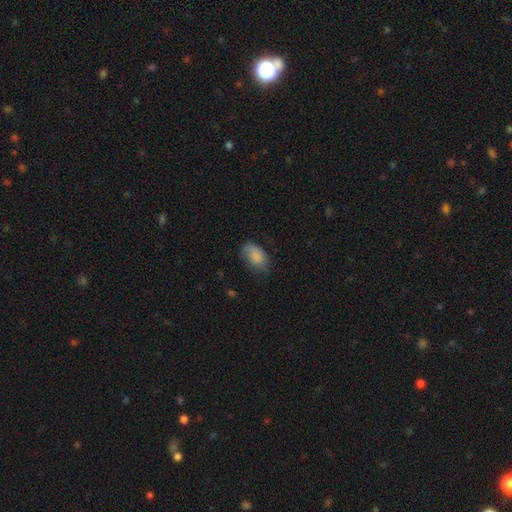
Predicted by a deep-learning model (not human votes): A smooth galaxy with no disk features (86%) that is in between round and cigar-shaped (91%).

Vote fractions:
- Smooth or featured? smooth: 86% / featured or disk: 7% / star or artifact: 7%
- How rounded? in between: 91% / round: 7% / cigar-shaped: 1%
- Merging? none: 70% / minor disturbance: 23% / major disturbance: 6% / merger: 1%